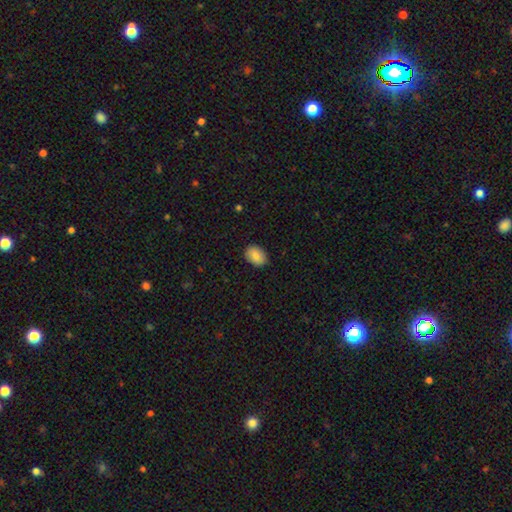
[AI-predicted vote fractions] smooth 85%, featured or disk 8%, star or artifact 7%. Down the decision tree: how rounded — in between (74%); merging — none (86%).